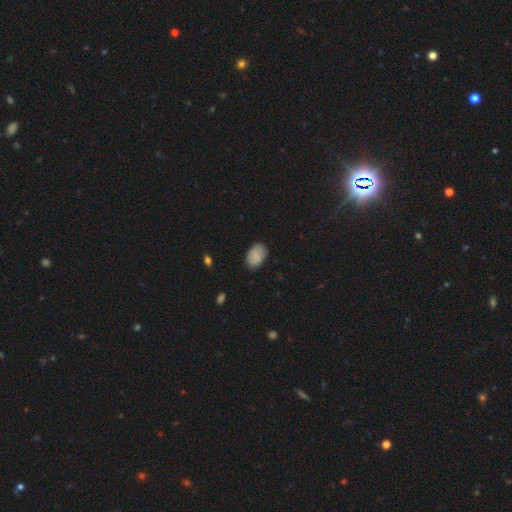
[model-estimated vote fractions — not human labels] smooth 87%, star or artifact 7%, featured or disk 6%. Down the decision tree: how rounded — in between (88%); merging — none (87%).